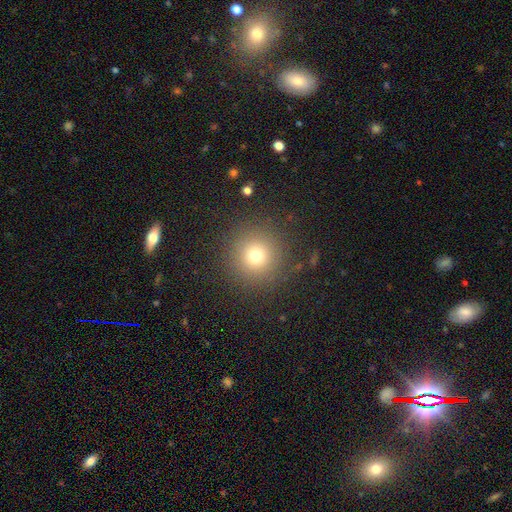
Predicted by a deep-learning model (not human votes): smooth 73%, star or artifact 17%, featured or disk 9%. Down the decision tree: how rounded — round (95%); merging — none (89%).